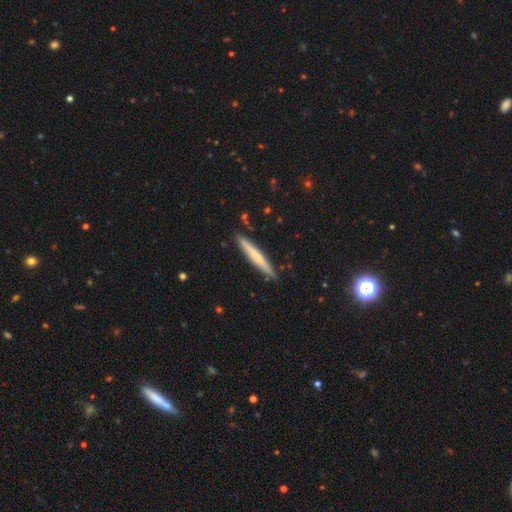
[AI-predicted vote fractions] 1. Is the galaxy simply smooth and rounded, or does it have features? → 59% smooth, 35% featured or disk, 6% star or artifact.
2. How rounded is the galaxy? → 96% cigar-shaped, 3% in between, 1% round.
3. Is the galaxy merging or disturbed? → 89% none, 8% minor disturbance, 1% merger, 1% major disturbance.